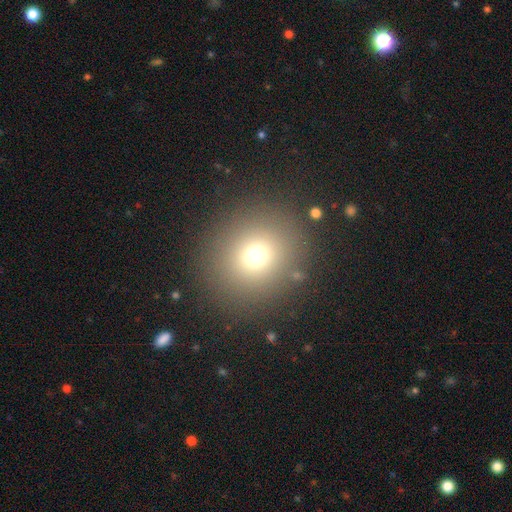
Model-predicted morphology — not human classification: This is likely a smooth galaxy (71%). How rounded: clearly round (85%). Merging: clearly none (86%).